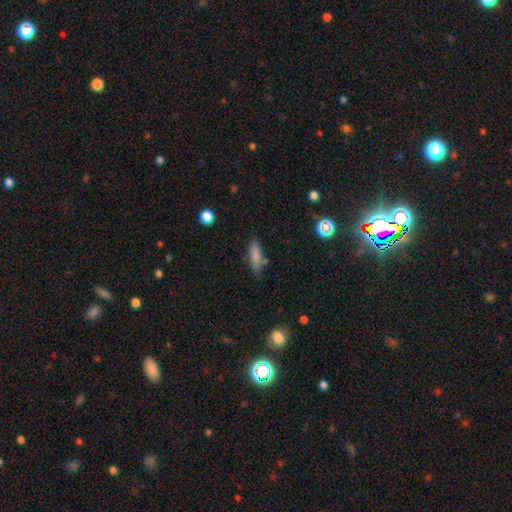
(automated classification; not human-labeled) Morphology: type=smooth (81%); roundness=cigar-shaped (57%); merging=none (75%).